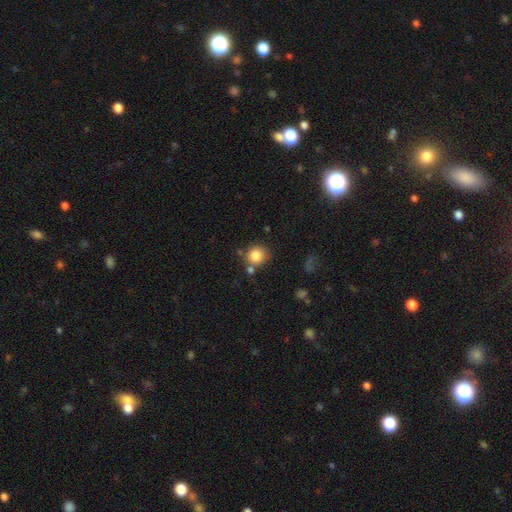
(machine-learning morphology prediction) smooth 84%, star or artifact 10%, featured or disk 6%. Down the decision tree: how rounded — round (91%); merging — none (73%).